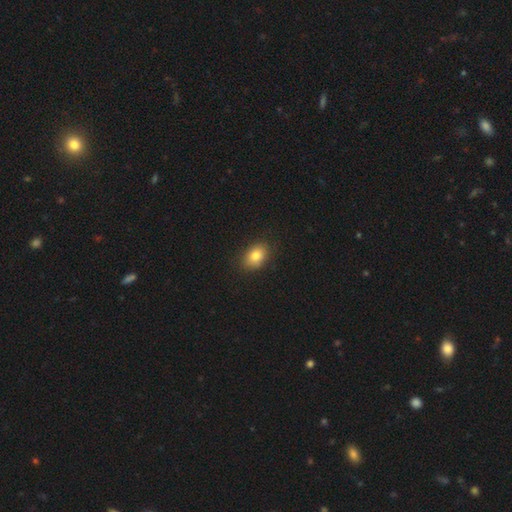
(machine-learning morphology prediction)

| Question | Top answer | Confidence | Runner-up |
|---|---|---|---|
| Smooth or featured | smooth | 83% | star or artifact (9%) |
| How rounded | in between | 74% | round (24%) |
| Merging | none | 86% | minor disturbance (11%) |